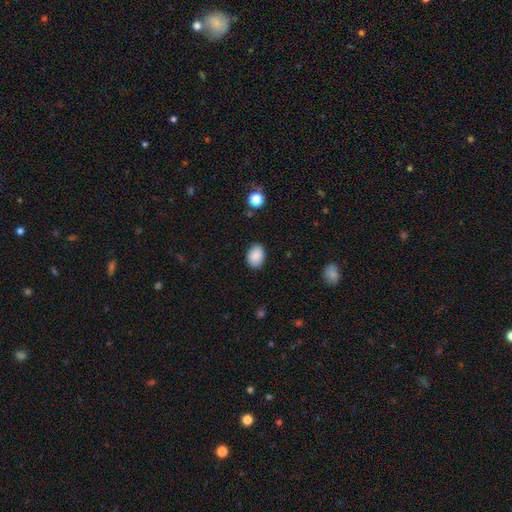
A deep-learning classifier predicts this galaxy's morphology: A smooth galaxy with no disk features (88%) that is in between round and cigar-shaped (74%). Merging: none (84%).